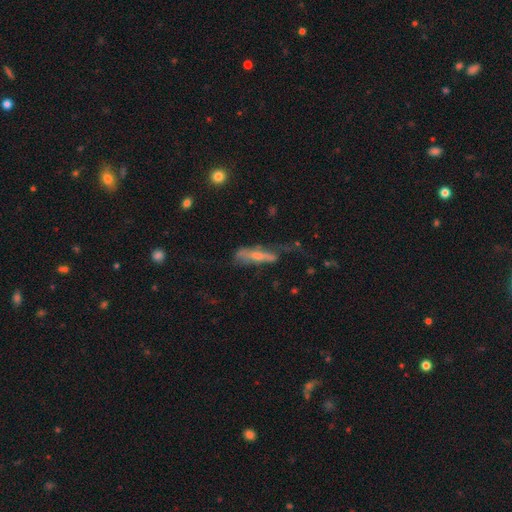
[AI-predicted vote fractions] The model was most divided on "merging": major disturbance: 36%, none: 34%, minor disturbance: 26%, merger: 5%. More confident: edge-on disk — yes (55%); smooth or featured — featured or disk (53%).